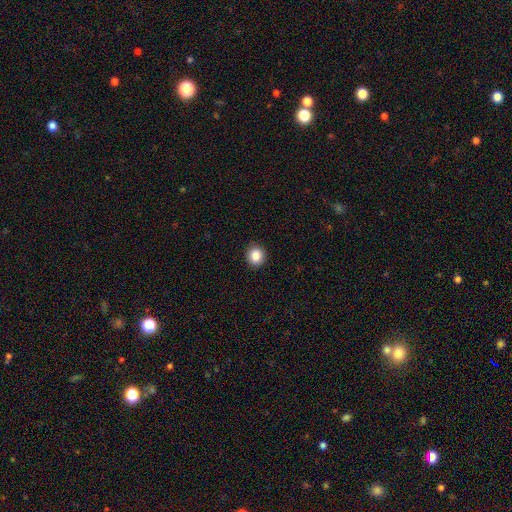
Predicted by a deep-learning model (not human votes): Smooth or featured: smooth — 86% (star or artifact — 9%)
How rounded: round — 80% (in between — 19%)
Merging: none — 91% (minor disturbance — 6%)